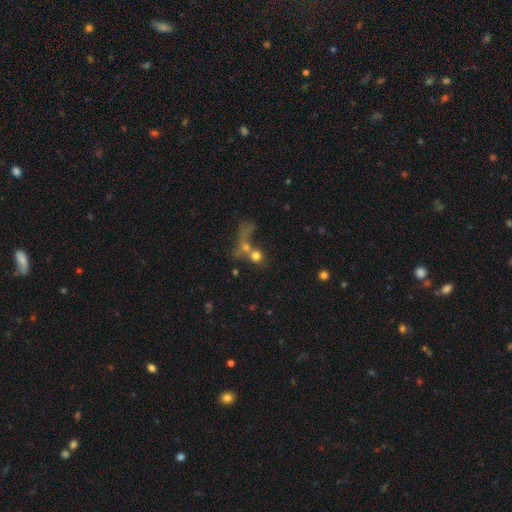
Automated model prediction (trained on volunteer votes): Smooth or featured? smooth (63%)
How rounded? round (78%)
Merging? merger (56%)